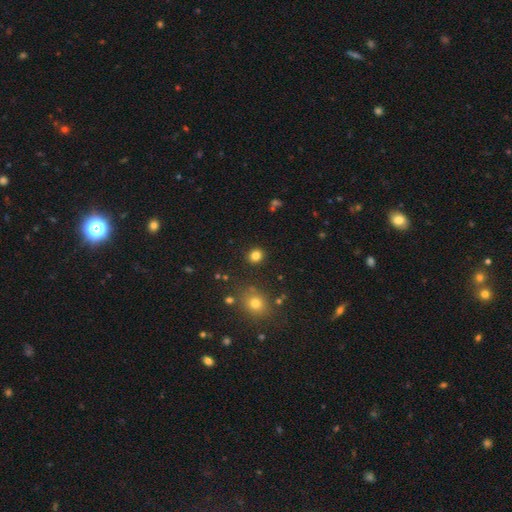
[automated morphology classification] smooth-or-featured: smooth: 82% | star or artifact: 13% | featured or disk: 5%
  how-rounded: round: 81% | in between: 18% | cigar-shaped: 1%
  merging: none: 89% | minor disturbance: 6% | major disturbance: 2% | merger: 2%